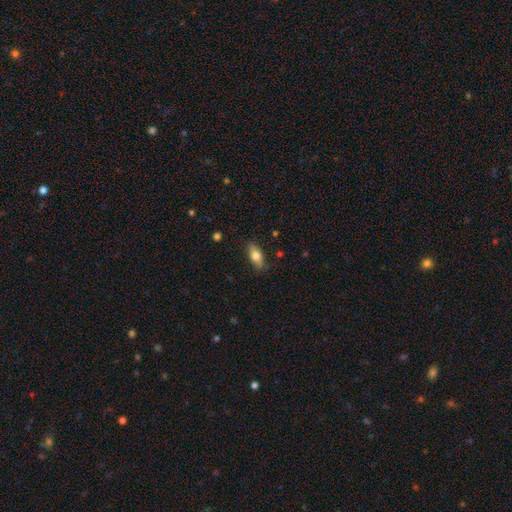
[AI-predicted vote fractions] smooth_or_featured: smooth (p=0.73) [alt: featured or disk p=0.21]
how_rounded: in between (p=0.79) [alt: cigar-shaped p=0.17]
merging: none (p=0.84) [alt: minor disturbance p=0.12]